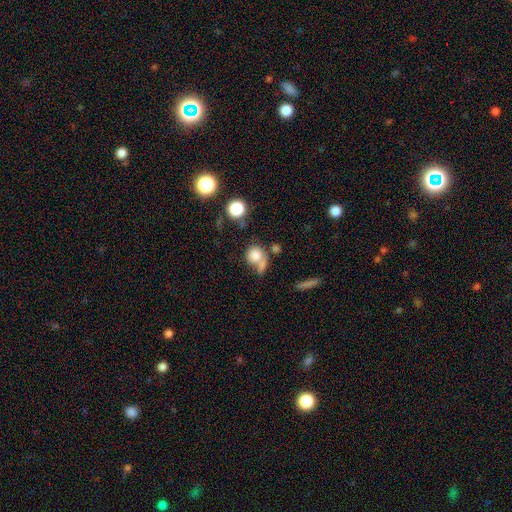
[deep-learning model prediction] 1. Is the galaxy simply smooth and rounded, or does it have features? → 78% smooth, 12% featured or disk, 10% star or artifact.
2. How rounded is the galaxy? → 78% round, 20% in between, 2% cigar-shaped.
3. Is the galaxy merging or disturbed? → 37% merger (tied), 37% none (tied), 13% minor disturbance, 13% major disturbance.